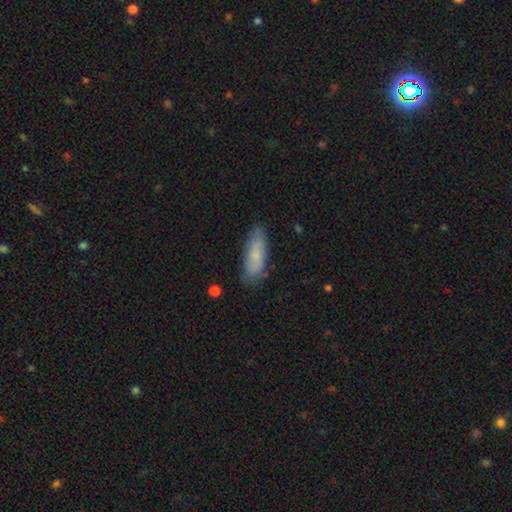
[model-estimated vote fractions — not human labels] Morphology: type=smooth (73%); roundness=in between (63%); merging=none (78%).